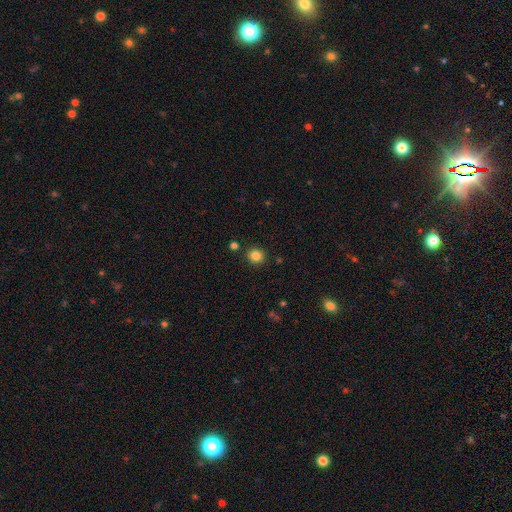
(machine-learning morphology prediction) A smooth galaxy with no disk features (84%) that is round (90%).

Vote fractions:
- Smooth or featured? smooth: 84% / star or artifact: 12% / featured or disk: 4%
- How rounded? round: 90% / in between: 9% / cigar-shaped: 1%
- Merging? none: 89% / minor disturbance: 6% / merger: 3% / major disturbance: 2%